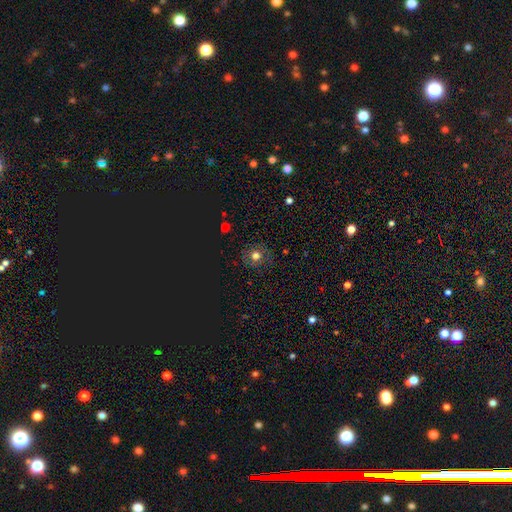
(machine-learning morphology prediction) This is likely a smooth galaxy (61%). How rounded: clearly round (87%). Merging: clearly none (84%).